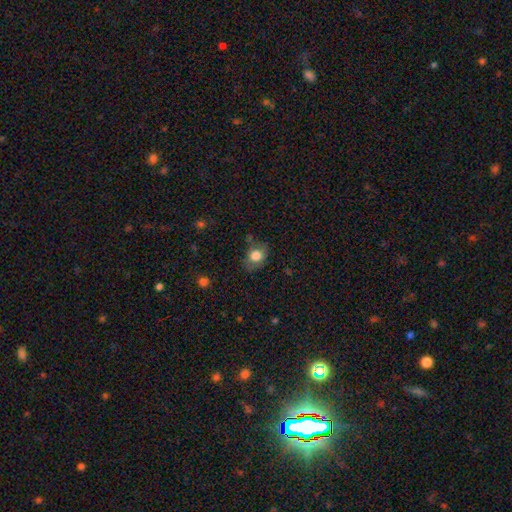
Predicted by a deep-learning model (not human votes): Overall: smooth (79%). How rounded: in between (55%; round 44%). Merging: none (68%).